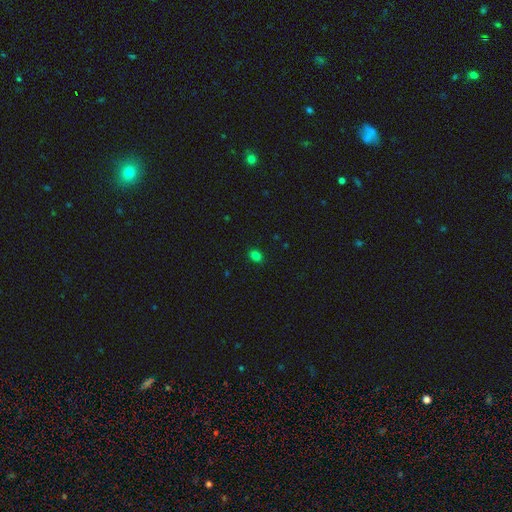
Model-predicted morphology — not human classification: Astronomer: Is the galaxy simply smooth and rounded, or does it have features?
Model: smooth — 81%.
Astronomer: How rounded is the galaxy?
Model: in between — 62% (runner-up: round, 37%).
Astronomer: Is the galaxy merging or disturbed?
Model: none — 89%.